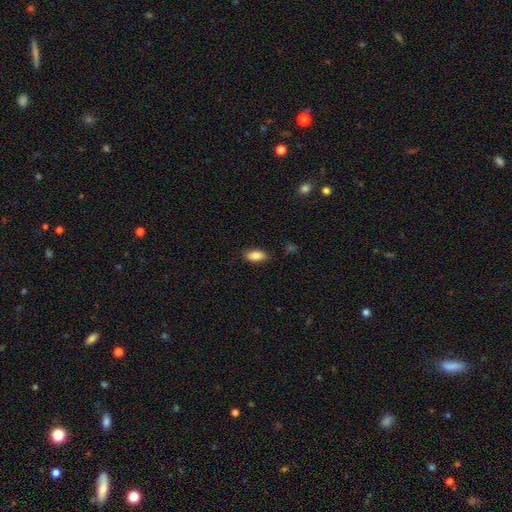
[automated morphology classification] Smooth or featured? smooth (87%)
How rounded? in between (89%)
Merging? none (85%)